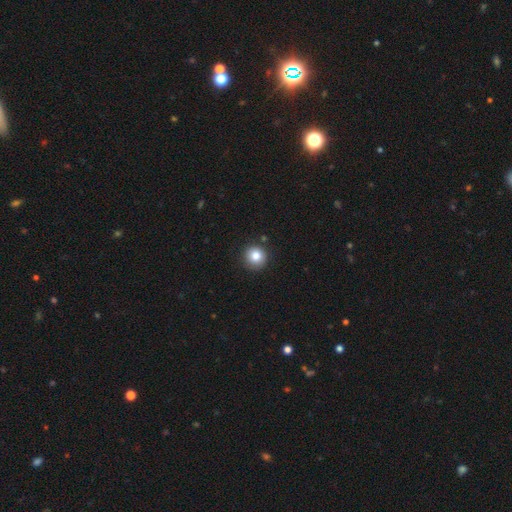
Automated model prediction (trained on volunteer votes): This appears to be a smooth galaxy with no disk features (84%) that is round (94%). Merging: none (88%).